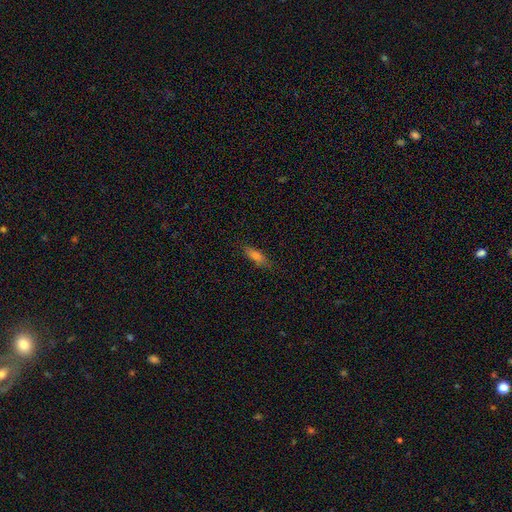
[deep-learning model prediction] smooth-or-featured: smooth: 74% | featured or disk: 15% | star or artifact: 11%
  how-rounded: in between: 49% (tied) | cigar-shaped: 49% (tied) | round: 3%
  merging: none: 83% | minor disturbance: 13% | major disturbance: 3% | merger: 1%